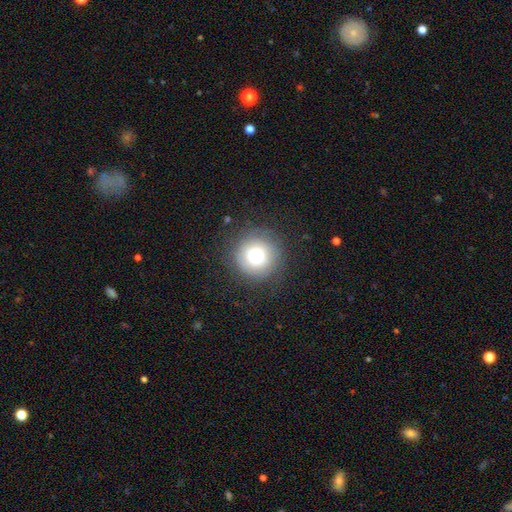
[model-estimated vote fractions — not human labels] Smooth or featured? smooth (72%)
How rounded? round (95%)
Merging? none (83%)